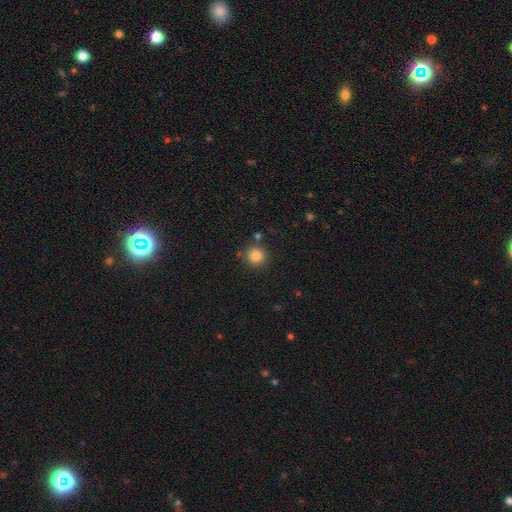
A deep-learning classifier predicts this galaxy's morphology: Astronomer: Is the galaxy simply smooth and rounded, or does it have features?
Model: smooth — 83%.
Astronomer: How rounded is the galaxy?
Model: round — 94%.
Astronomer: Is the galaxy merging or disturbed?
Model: none — 84%.